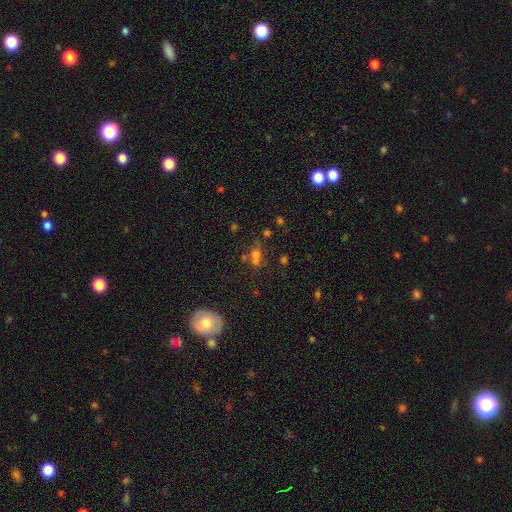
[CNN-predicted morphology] Overall: smooth (56%; star or artifact 29%). How rounded: round (55%; in between 41%). Merging: none (47%; merger 33%).